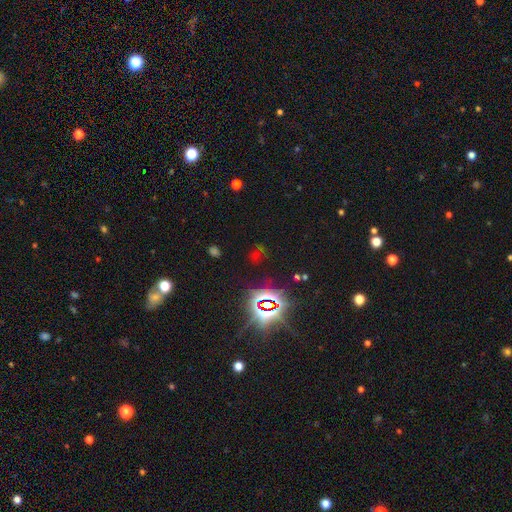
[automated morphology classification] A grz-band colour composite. It shows a star or artifact, not a galaxy (72%).